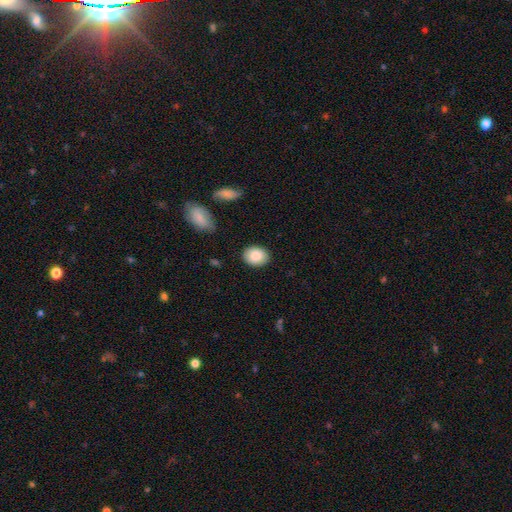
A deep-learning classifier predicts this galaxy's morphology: smooth_or_featured: smooth (p=0.86) [alt: star or artifact p=0.07]
how_rounded: in between (p=0.61) [alt: round p=0.38]
merging: none (p=0.87) [alt: minor disturbance p=0.09]